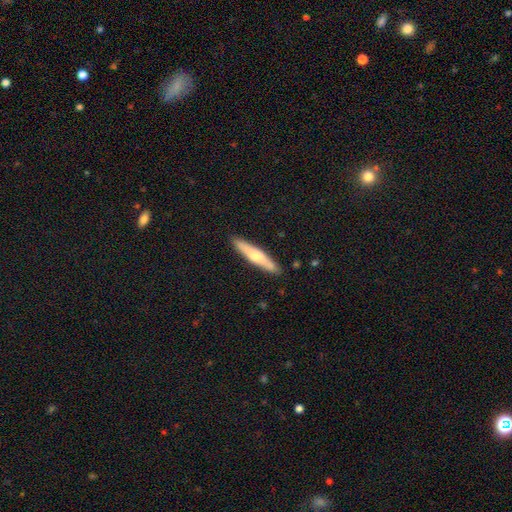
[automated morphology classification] A smooth galaxy with no disk features (55%) that is cigar-shaped (89%). Merging: none (89%).